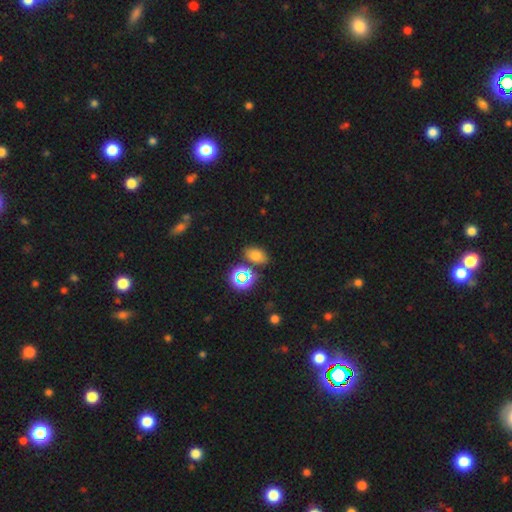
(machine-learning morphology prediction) Smooth or featured: smooth — 67% (star or artifact — 23%)
How rounded: in between — 80% (round — 18%)
Merging: none — 75% (minor disturbance — 12%)